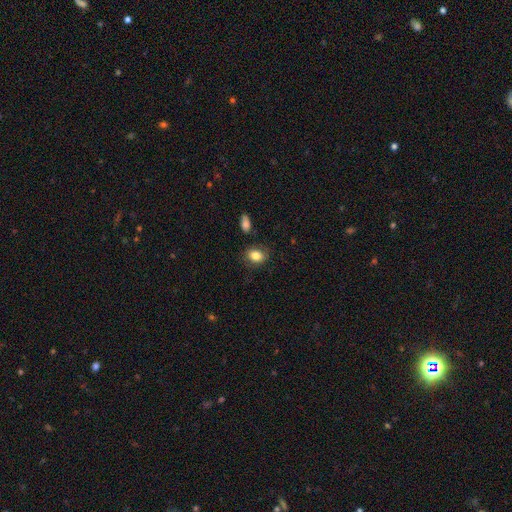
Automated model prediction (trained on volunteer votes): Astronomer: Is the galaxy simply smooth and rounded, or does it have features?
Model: smooth — 83%.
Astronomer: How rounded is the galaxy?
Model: in between — 62%.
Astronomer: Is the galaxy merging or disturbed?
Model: none — 81%.